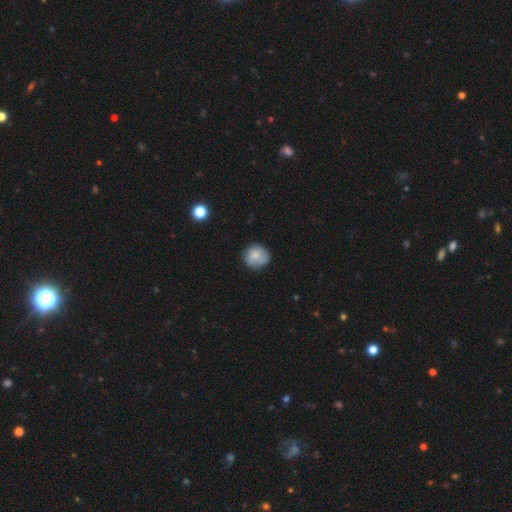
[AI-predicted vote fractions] A smooth galaxy with no disk features (74%) that is round (87%).

Vote fractions:
- Smooth or featured? smooth: 74% / featured or disk: 18% / star or artifact: 8%
- How rounded? round: 87% / in between: 12% / cigar-shaped: 1%
- Merging? none: 68% / minor disturbance: 23% / major disturbance: 6% / merger: 3%